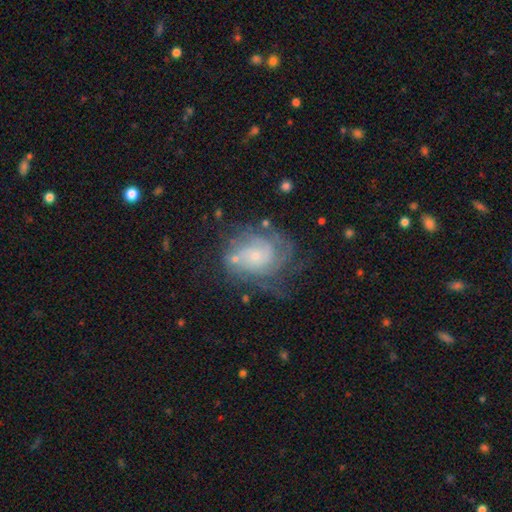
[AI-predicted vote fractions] Q: Smooth or featured?
A: featured or disk (79%); runner-up: smooth (14%)
Q: Edge-on disk?
A: no (97%); runner-up: yes (3%)
Q: Bar?
A: no (74%); runner-up: weak (22%)
Q: Spiral arms?
A: yes (92%); runner-up: no (8%)
Q: Spiral winding?
A: tight (57%); runner-up: medium (32%)
Q: Spiral arm count?
A: can't tell (38%); runner-up: 3 (20%)
Q: Bulge size?
A: small (73%); runner-up: moderate (20%)
Q: Merging?
A: none (55%); runner-up: minor disturbance (22%)